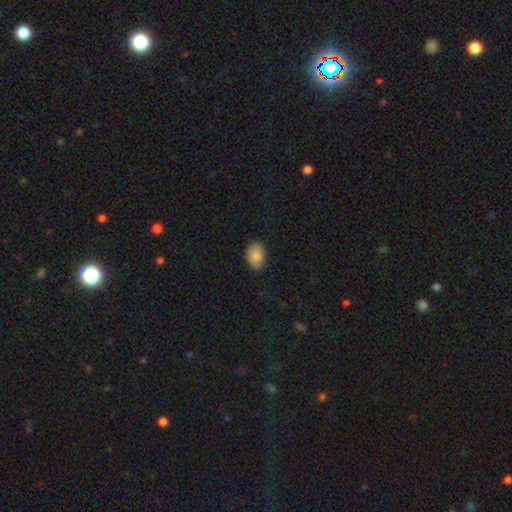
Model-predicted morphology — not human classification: Smooth or featured?
  - smooth: 83% *
  - featured or disk: 10%
  - star or artifact: 7%
How rounded?
  - in between: 80% *
  - round: 19%
  - cigar-shaped: 1%
Merging?
  - none: 79% *
  - minor disturbance: 17%
  - major disturbance: 3%
  - merger: 1%